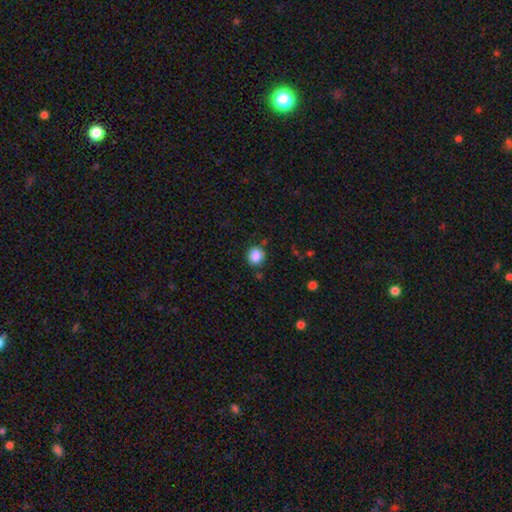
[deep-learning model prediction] This appears to be a smooth galaxy with no disk features (86%) that is round (86%). Merging: none (84%).